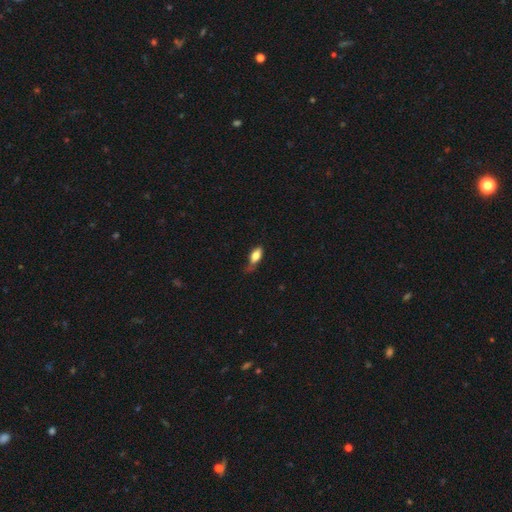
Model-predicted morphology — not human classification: Overall: smooth (76%). How rounded: in between (83%). Merging: none (42%; minor disturbance 37%).